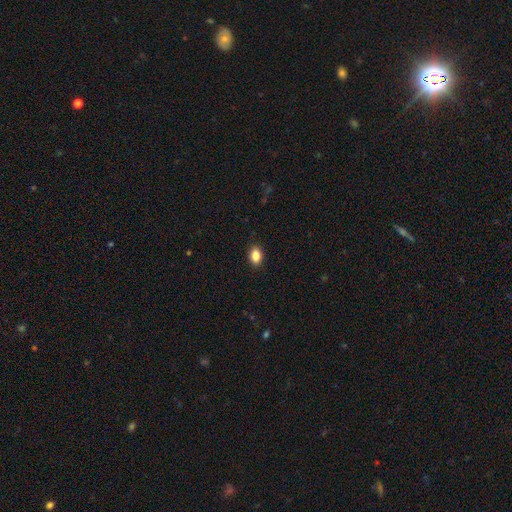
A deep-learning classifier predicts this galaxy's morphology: Smooth or featured? smooth (87%)
How rounded? in between (78%)
Merging? none (90%)